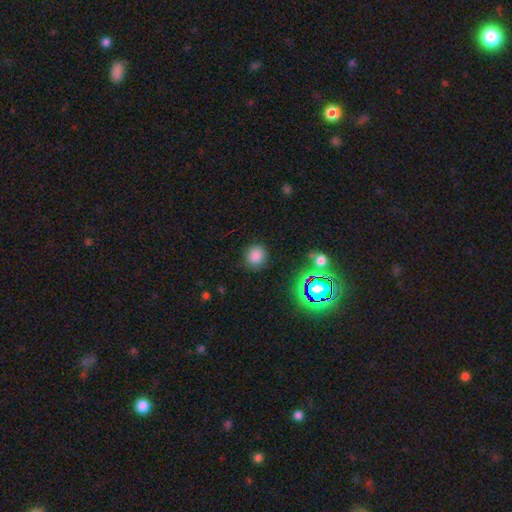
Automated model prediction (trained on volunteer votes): smooth-or-featured: smooth: 78% | star or artifact: 17% | featured or disk: 5%
  how-rounded: round: 84% | in between: 15% | cigar-shaped: 1%
  merging: none: 87% | minor disturbance: 8% | major disturbance: 3% | merger: 2%